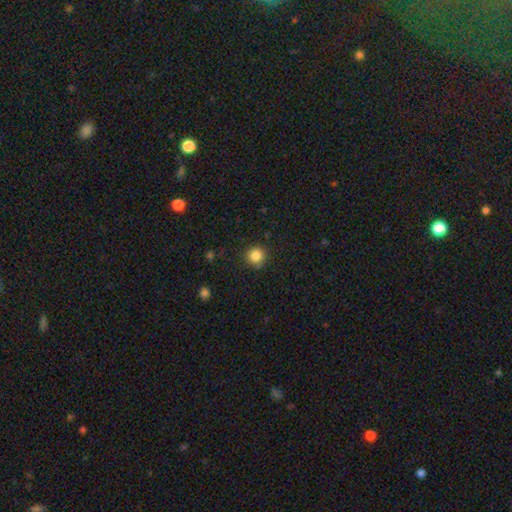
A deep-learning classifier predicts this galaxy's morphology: A smooth galaxy with no disk features (85%) that is round (93%). Merging: none (87%).